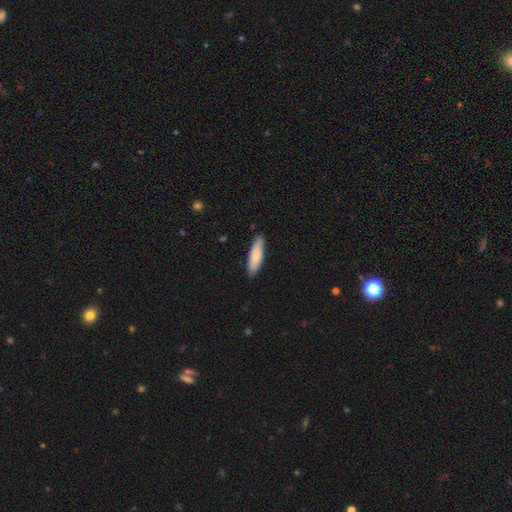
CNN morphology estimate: Smooth or featured: smooth — 81% (featured or disk — 14%)
How rounded: cigar-shaped — 64% (in between — 35%)
Merging: none — 87% (minor disturbance — 10%)